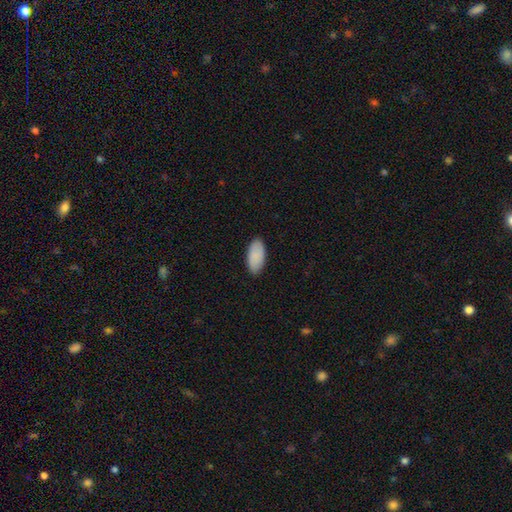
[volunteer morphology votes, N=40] A smooth galaxy with no disk features (88%) that is in between round and cigar-shaped (94%).

Vote fractions:
- Smooth or featured? smooth: 88% / featured or disk: 10% / star or artifact: 2%
- How rounded? in between: 94% / cigar-shaped: 6% / round: 0%
- Merging? none: 77% / minor disturbance: 21% / major disturbance: 3% / merger: 0%